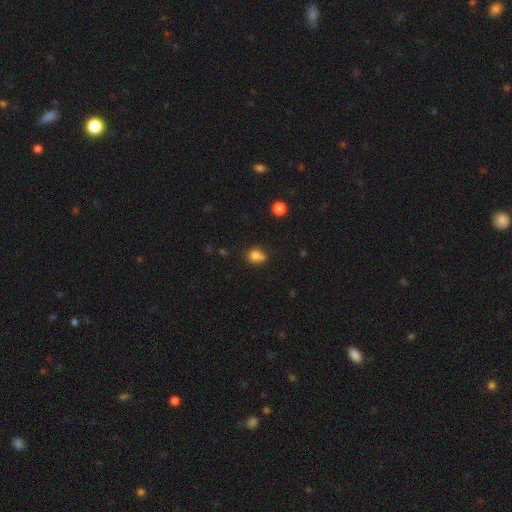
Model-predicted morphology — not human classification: A smooth galaxy with no disk features (78%) that is round (63%).

Vote fractions:
- Smooth or featured? smooth: 78% / star or artifact: 12% / featured or disk: 10%
- How rounded? round: 63% / in between: 36% / cigar-shaped: 1%
- Merging? none: 49% / merger: 27% / minor disturbance: 18% / major disturbance: 5%